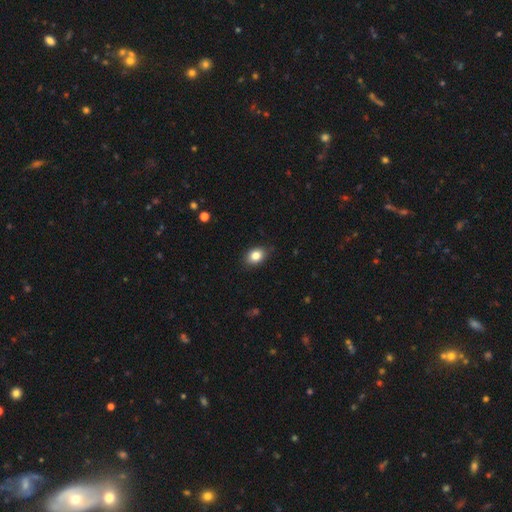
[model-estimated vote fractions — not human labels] A smooth galaxy with no disk features (84%) that is in between round and cigar-shaped (69%). Merging: none (86%).